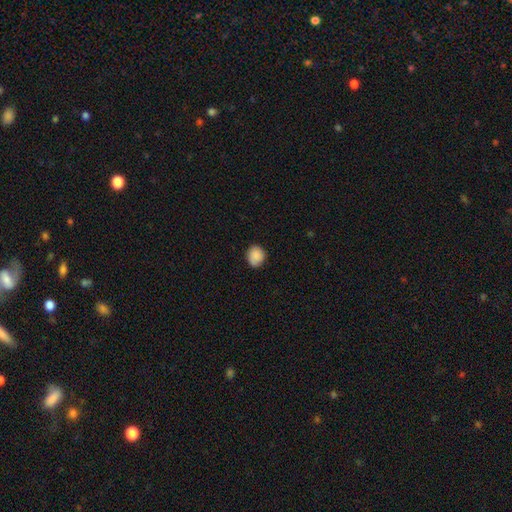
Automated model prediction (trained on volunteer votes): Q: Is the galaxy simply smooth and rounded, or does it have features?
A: smooth — 89%.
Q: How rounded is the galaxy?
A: round — 68%.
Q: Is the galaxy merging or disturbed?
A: none — 82%.